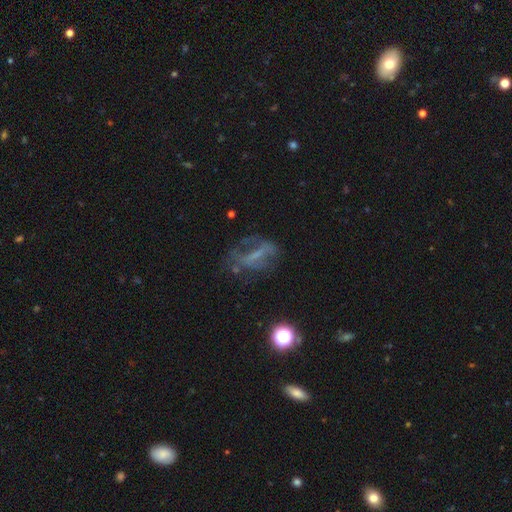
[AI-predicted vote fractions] Morphology: type=featured or disk (55%); edge-on=no (87%); merging=none (47%).